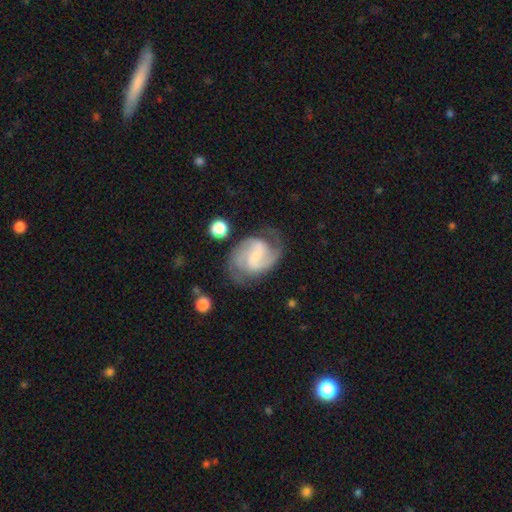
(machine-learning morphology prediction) The model was most divided on "spiral winding": medium: 52%, tight: 34%, loose: 14%. More confident: edge-on disk — no (98%); spiral arms — yes (97%); smooth or featured — featured or disk (87%); spiral arm count — 2 (79%); merging — none (72%); bulge size — small (56%); bar — weak (53%).